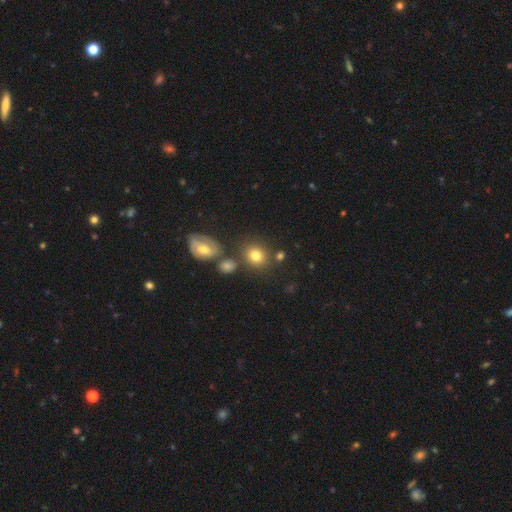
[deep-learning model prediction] Smooth or featured? Predicted: smooth (p=0.76). How rounded? Predicted: round (p=0.72). Merging? Predicted: none (p=0.69).